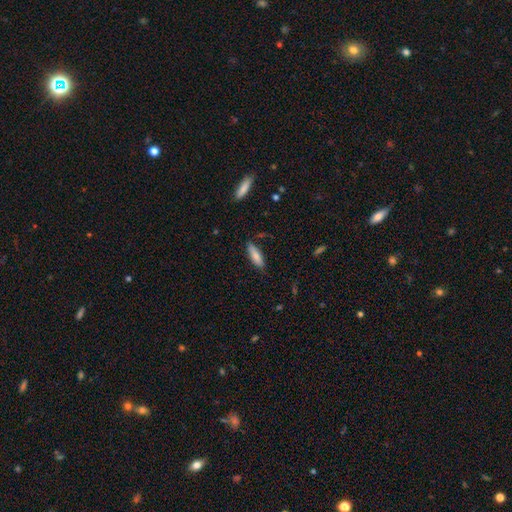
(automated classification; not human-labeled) Morphology: type=smooth (82%); roundness=cigar-shaped (57%); merging=none (79%).